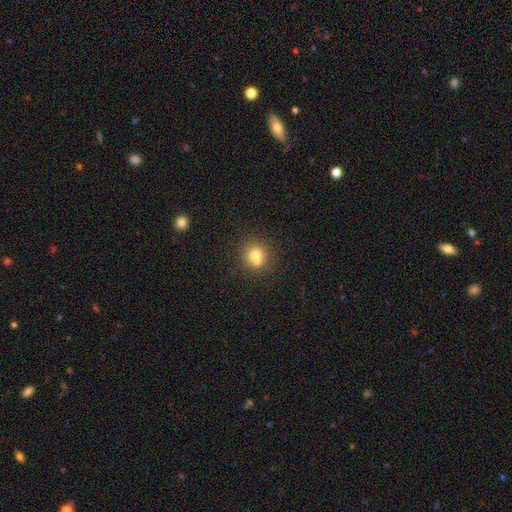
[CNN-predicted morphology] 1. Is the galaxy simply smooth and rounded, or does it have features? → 73% smooth, 14% featured or disk, 13% star or artifact.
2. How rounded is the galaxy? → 85% round, 14% in between, 1% cigar-shaped.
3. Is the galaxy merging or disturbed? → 58% none, 26% merger, 12% minor disturbance, 4% major disturbance.